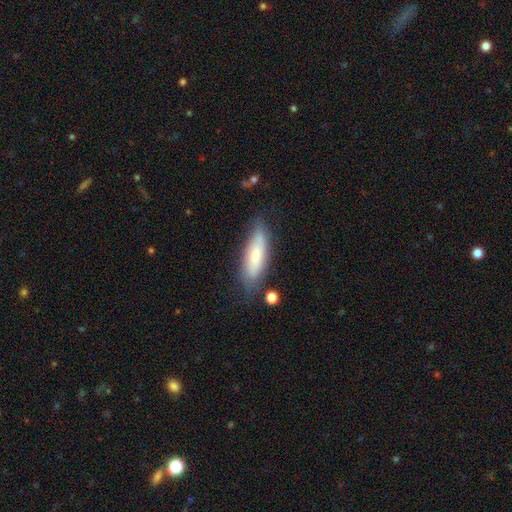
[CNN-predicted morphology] smooth 62%, featured or disk 31%, star or artifact 7%. Down the decision tree: how rounded — in between (54%); merging — none (68%).